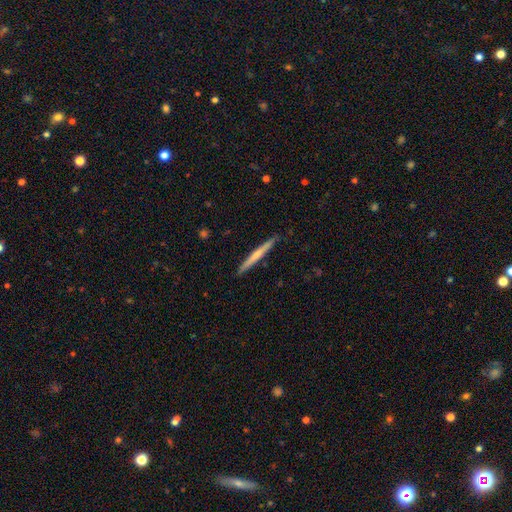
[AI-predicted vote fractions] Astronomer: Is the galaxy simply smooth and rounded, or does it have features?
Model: smooth — 56% (runner-up: featured or disk, 39%).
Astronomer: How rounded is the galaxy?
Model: cigar-shaped — 97%.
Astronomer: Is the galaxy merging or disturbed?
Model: none — 88%.